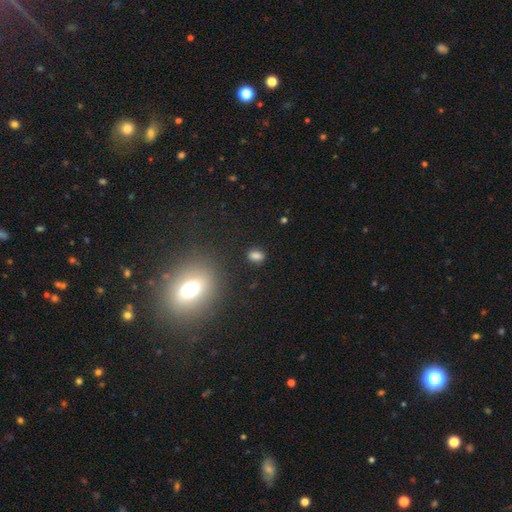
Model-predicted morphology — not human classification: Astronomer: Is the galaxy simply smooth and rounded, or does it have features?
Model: smooth — 78%.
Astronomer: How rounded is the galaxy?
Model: in between — 72%.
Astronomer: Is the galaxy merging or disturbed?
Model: none — 78%.